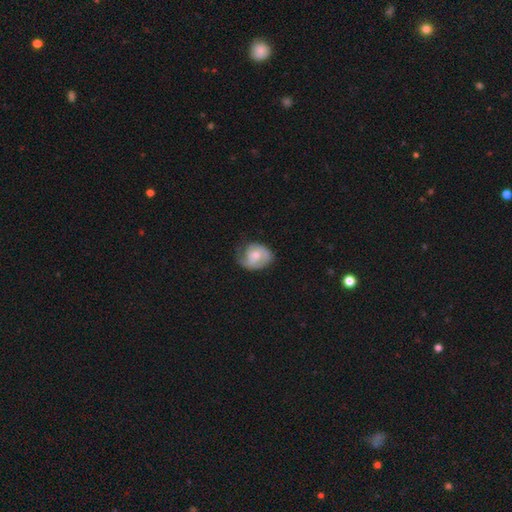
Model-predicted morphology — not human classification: type=featured or disk (61%); edge-on=no (97%); bar=no (65%); spiral arms=yes (88%); winding=tight (45%); arm count=2 (49%); bulge=moderate (51%); merging=none (54%).